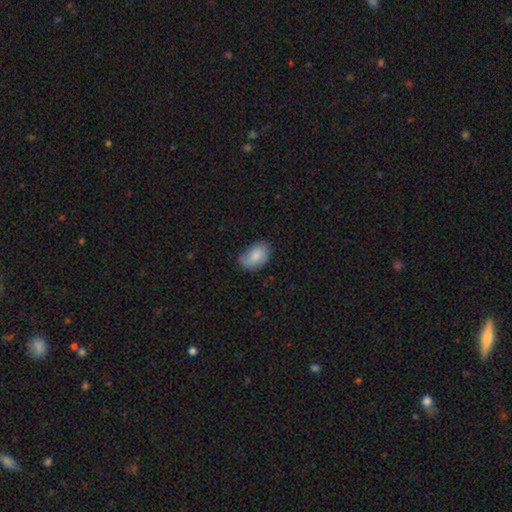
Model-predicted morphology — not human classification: Smooth or featured? Predicted: smooth (p=0.74). How rounded? Predicted: in between (p=0.87). Merging? Predicted: none (p=0.54).